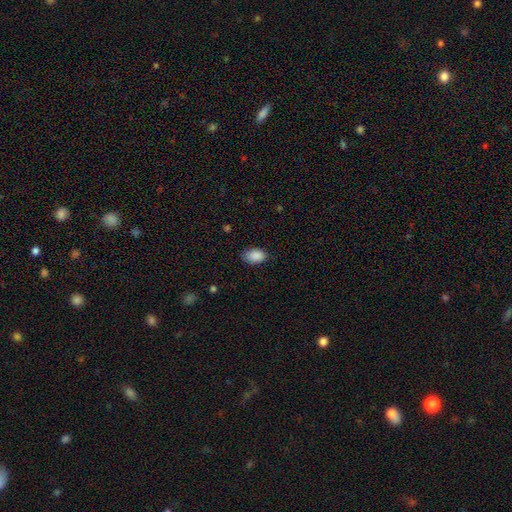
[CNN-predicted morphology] type=smooth (89%); roundness=in between (87%); merging=none (74%).